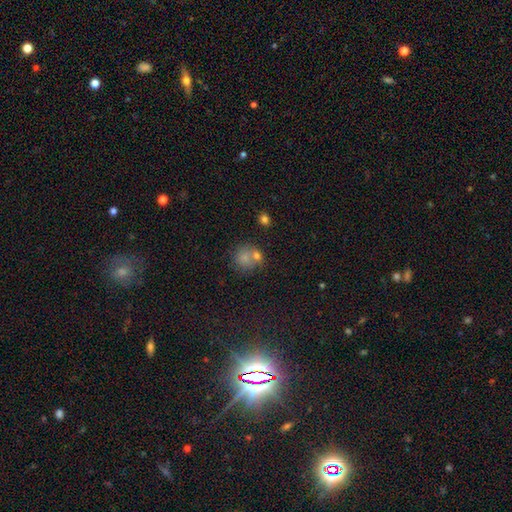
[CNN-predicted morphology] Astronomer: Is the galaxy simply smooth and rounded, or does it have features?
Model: star or artifact — 53% (runner-up: smooth, 33%).